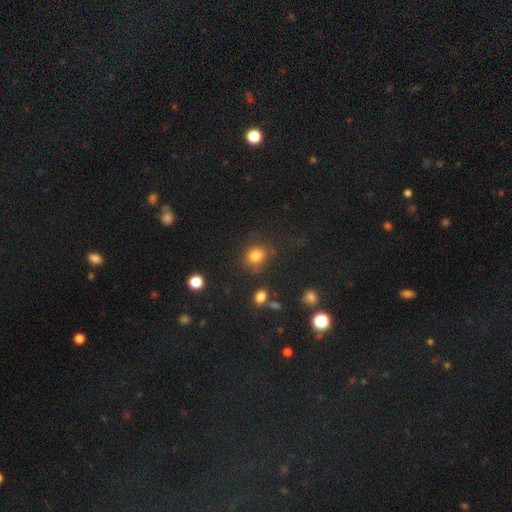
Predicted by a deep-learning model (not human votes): smooth_or_featured: smooth (p=0.81) [alt: star or artifact p=0.12]
how_rounded: round (p=0.72) [alt: in between p=0.27]
merging: none (p=0.73) [alt: minor disturbance p=0.16]